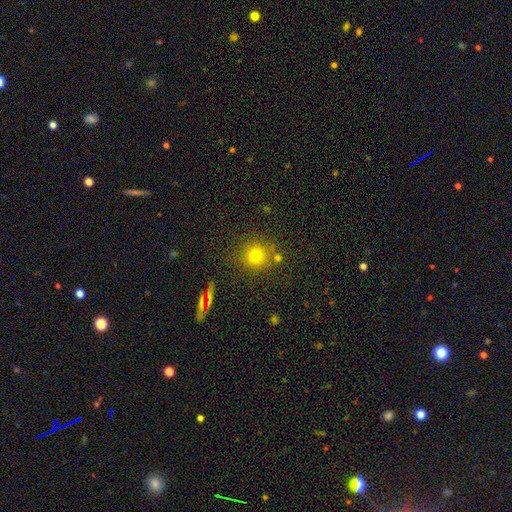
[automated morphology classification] This is likely a smooth galaxy (74%). How rounded: clearly round (92%). Merging: clearly none (81%).